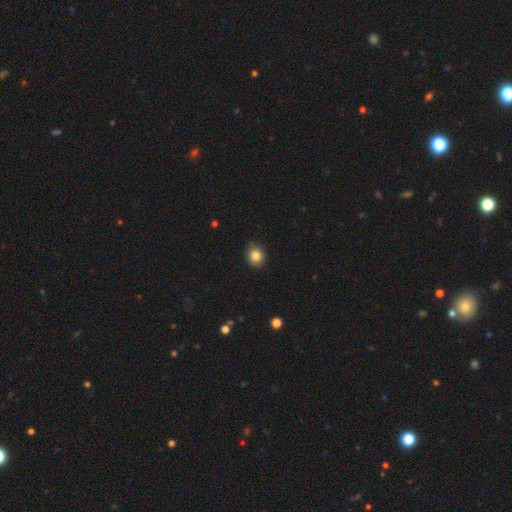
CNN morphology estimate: A smooth galaxy with no disk features (84%) that is round (71%).

Vote fractions:
- Smooth or featured? smooth: 84% / star or artifact: 10% / featured or disk: 6%
- How rounded? round: 71% / in between: 28% / cigar-shaped: 1%
- Merging? none: 79% / minor disturbance: 18% / major disturbance: 3% / merger: 1%